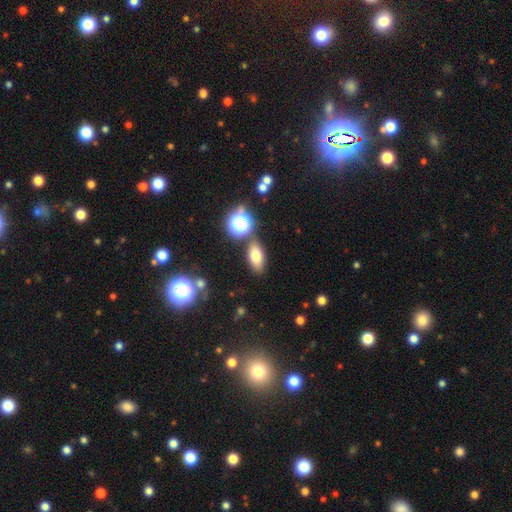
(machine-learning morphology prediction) smooth 72%, star or artifact 15%, featured or disk 13%. Down the decision tree: how rounded — in between (82%); merging — none (80%).